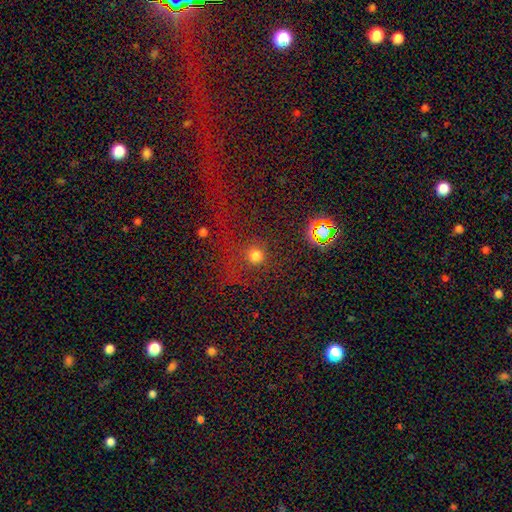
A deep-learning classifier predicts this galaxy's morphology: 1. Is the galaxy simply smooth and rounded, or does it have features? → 70% smooth, 22% star or artifact, 8% featured or disk.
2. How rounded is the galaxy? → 93% round, 6% in between, 1% cigar-shaped.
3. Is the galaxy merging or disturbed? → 72% none, 11% minor disturbance, 11% major disturbance, 6% merger.